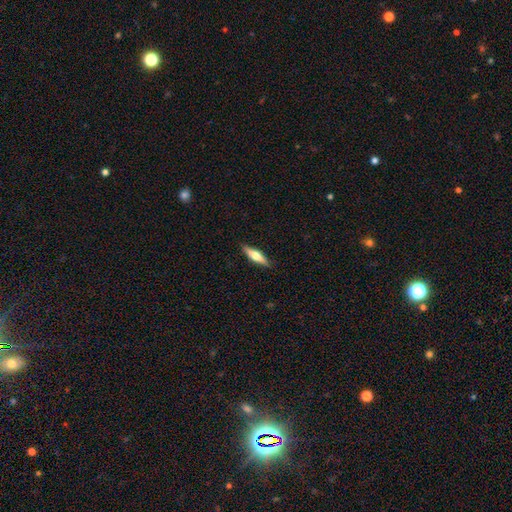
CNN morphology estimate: Q: Smooth or featured?
A: featured or disk (50%); runner-up: smooth (45%)
Q: Merging?
A: none (89%); runner-up: minor disturbance (8%)